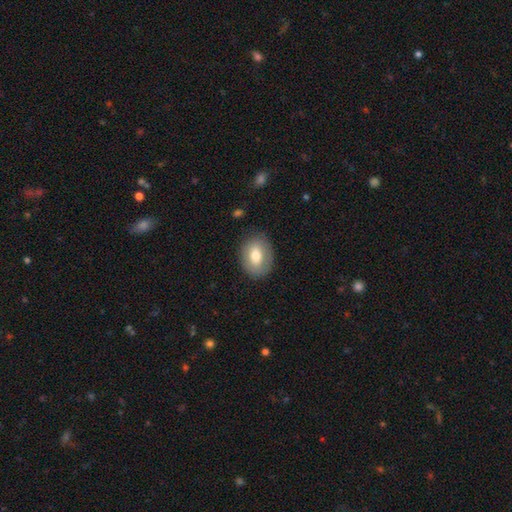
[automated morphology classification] A smooth galaxy with no disk features (69%) that is in between round and cigar-shaped (70%). Merging: none (82%).